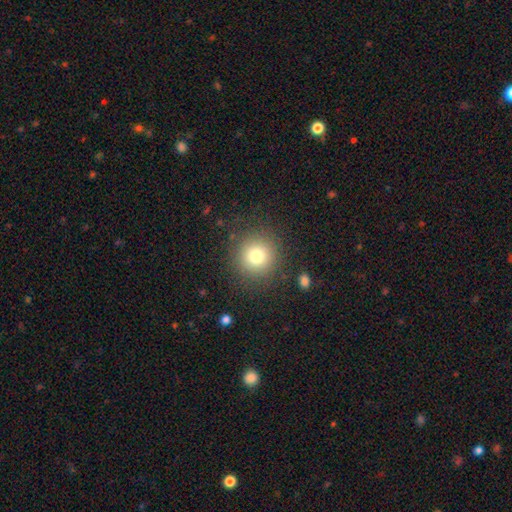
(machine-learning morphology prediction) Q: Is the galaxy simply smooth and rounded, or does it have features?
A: smooth — 78%.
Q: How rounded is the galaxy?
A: round — 94%.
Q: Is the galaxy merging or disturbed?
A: none — 87%.